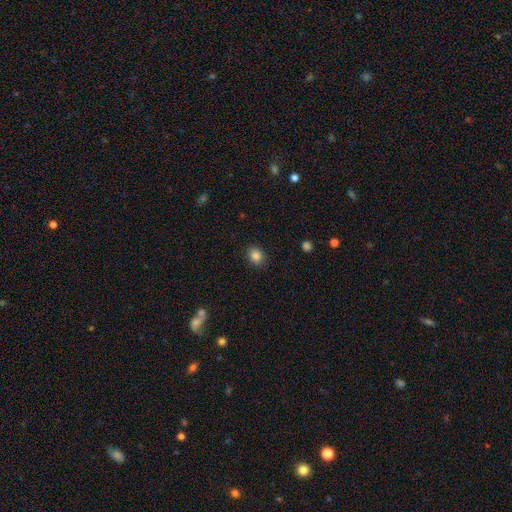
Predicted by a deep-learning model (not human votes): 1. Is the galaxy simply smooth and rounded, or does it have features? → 85% smooth, 10% star or artifact, 5% featured or disk.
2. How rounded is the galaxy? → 54% round, 46% in between, 1% cigar-shaped.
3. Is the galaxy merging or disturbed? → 88% none, 9% minor disturbance, 2% major disturbance, 1% merger.